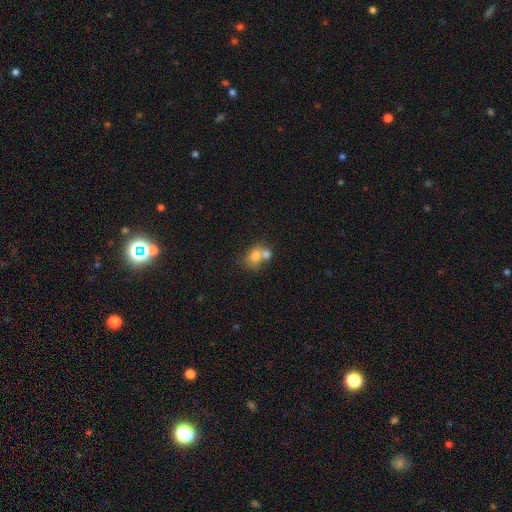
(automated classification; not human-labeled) Smooth or featured? smooth (74%)
How rounded? in between (51%)
Merging? merger (60%)